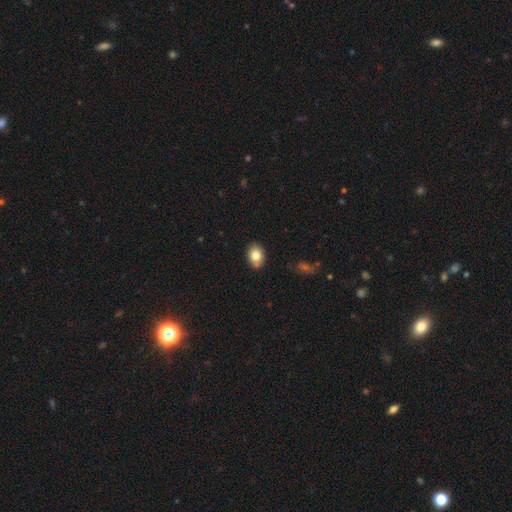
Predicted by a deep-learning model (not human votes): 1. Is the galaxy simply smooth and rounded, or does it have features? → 81% smooth, 11% featured or disk, 9% star or artifact.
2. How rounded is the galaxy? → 69% in between, 30% round, 1% cigar-shaped.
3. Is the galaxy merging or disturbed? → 84% none, 11% minor disturbance, 2% merger, 2% major disturbance.